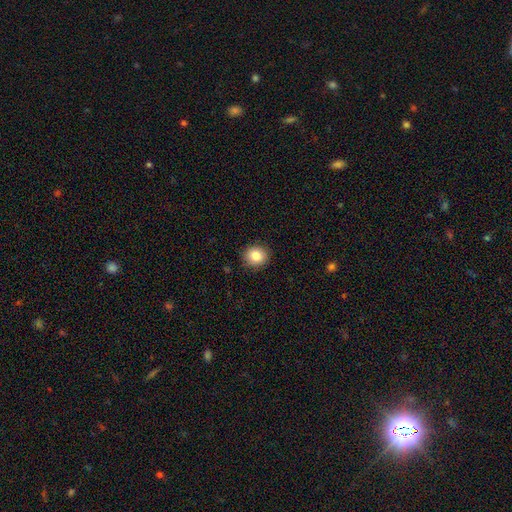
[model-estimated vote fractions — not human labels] smooth-or-featured: smooth: 84% | star or artifact: 9% | featured or disk: 7%
  how-rounded: round: 85% | in between: 14% | cigar-shaped: 1%
  merging: none: 90% | minor disturbance: 7% | major disturbance: 2% | merger: 1%